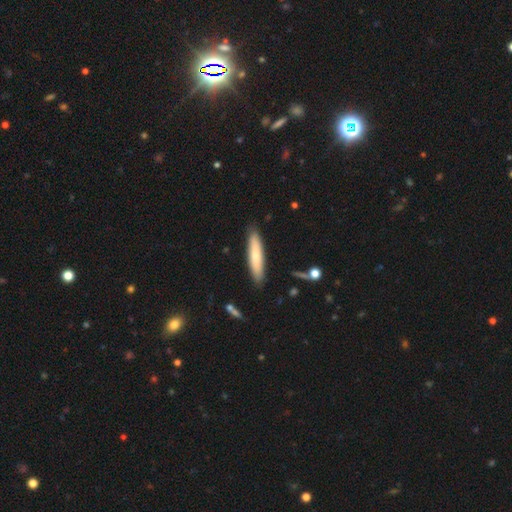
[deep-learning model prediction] A smooth galaxy with no disk features (72%) that is cigar-shaped (84%).

Vote fractions:
- Smooth or featured? smooth: 72% / featured or disk: 22% / star or artifact: 5%
- How rounded? cigar-shaped: 84% / in between: 14% / round: 1%
- Merging? none: 87% / minor disturbance: 9% / major disturbance: 2% / merger: 2%